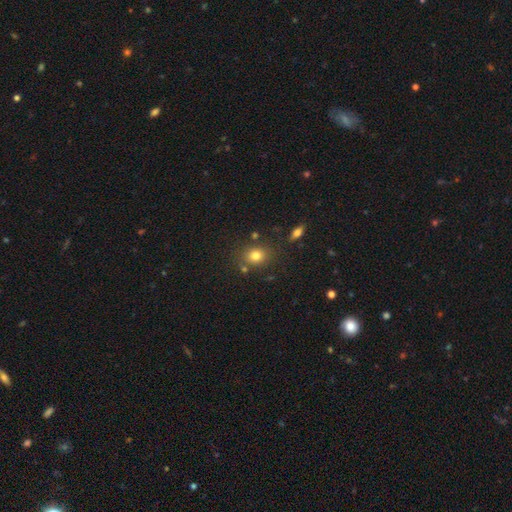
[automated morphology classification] Smooth or featured: smooth — 79% (star or artifact — 13%)
How rounded: round — 62% (in between — 37%)
Merging: none — 78% (minor disturbance — 11%)